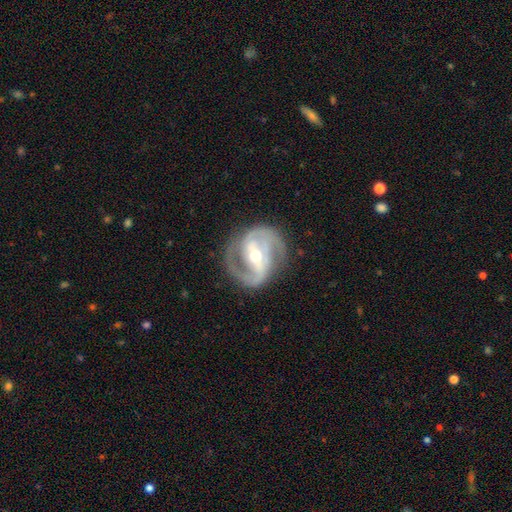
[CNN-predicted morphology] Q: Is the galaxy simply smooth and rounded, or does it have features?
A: featured or disk — 90%.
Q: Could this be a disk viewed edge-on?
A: no — 97%.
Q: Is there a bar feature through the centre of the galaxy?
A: strong — 47%.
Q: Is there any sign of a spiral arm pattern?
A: yes — 96%.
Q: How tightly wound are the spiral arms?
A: medium — 52%.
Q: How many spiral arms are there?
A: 2 — 83%.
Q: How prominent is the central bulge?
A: moderate — 66%.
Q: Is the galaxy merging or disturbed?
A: none — 78%.